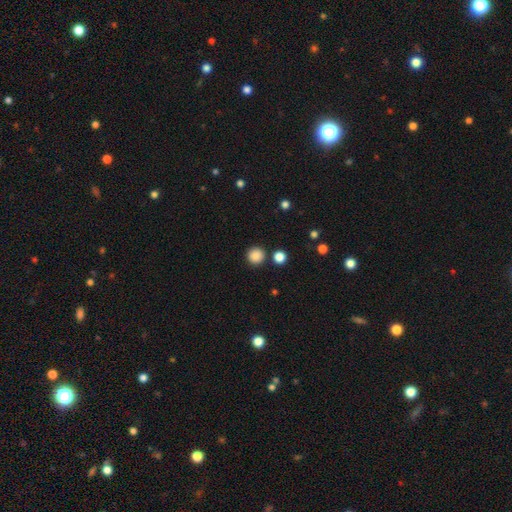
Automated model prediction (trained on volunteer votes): A smooth galaxy with no disk features (87%) that is round (94%).

Vote fractions:
- Smooth or featured? smooth: 87% / star or artifact: 10% / featured or disk: 3%
- How rounded? round: 94% / in between: 5% / cigar-shaped: 1%
- Merging? none: 88% / minor disturbance: 6% / merger: 4% / major disturbance: 2%